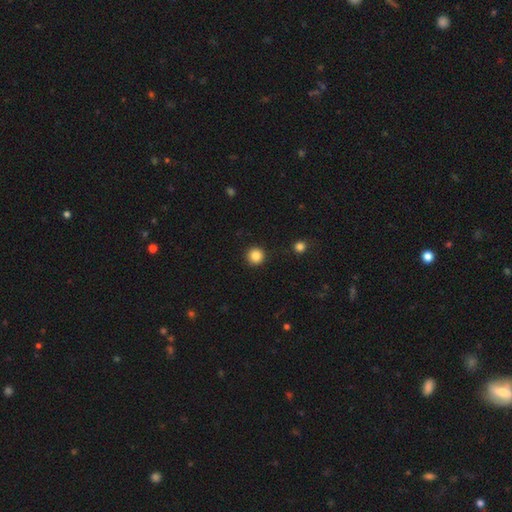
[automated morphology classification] Q: Smooth or featured?
A: smooth (86%); runner-up: star or artifact (11%)
Q: How rounded?
A: round (96%); runner-up: in between (3%)
Q: Merging?
A: none (92%); runner-up: minor disturbance (5%)